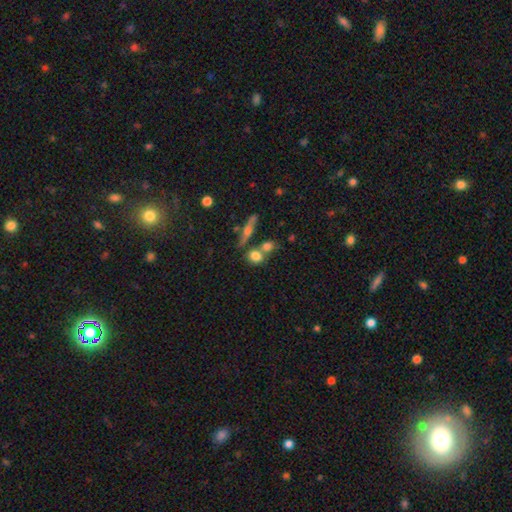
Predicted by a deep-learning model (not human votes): smooth-or-featured: smooth: 74% | featured or disk: 16% | star or artifact: 10%
  how-rounded: round: 52% | in between: 42% | cigar-shaped: 6%
  merging: none: 52% | merger: 33% | minor disturbance: 11% | major disturbance: 4%